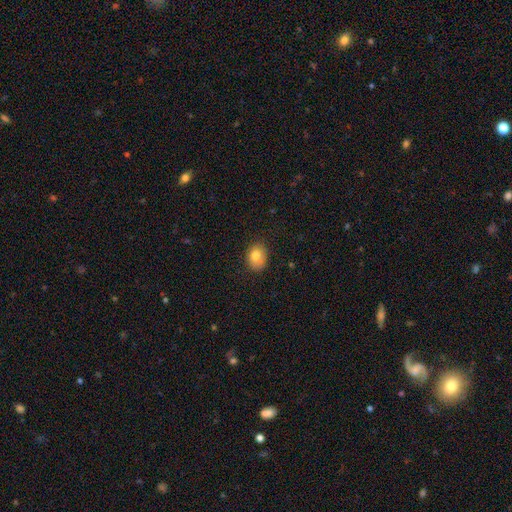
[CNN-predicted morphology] Q: Smooth or featured?
A: smooth (80%); runner-up: featured or disk (11%)
Q: How rounded?
A: in between (60%); runner-up: round (39%)
Q: Merging?
A: none (73%); runner-up: minor disturbance (21%)